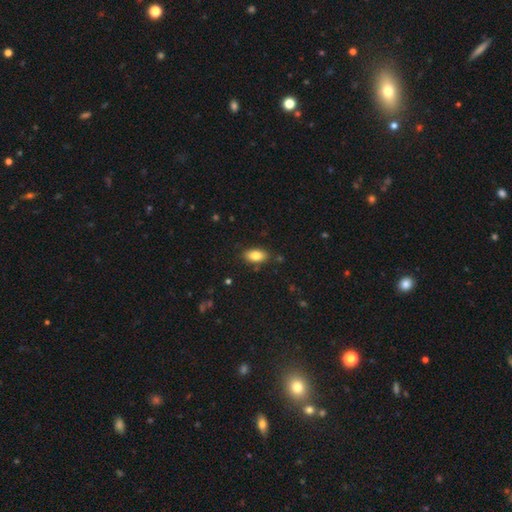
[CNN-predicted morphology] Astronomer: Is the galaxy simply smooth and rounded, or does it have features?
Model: smooth — 81%.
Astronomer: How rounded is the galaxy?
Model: in between — 91%.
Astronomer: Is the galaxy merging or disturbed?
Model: none — 85%.